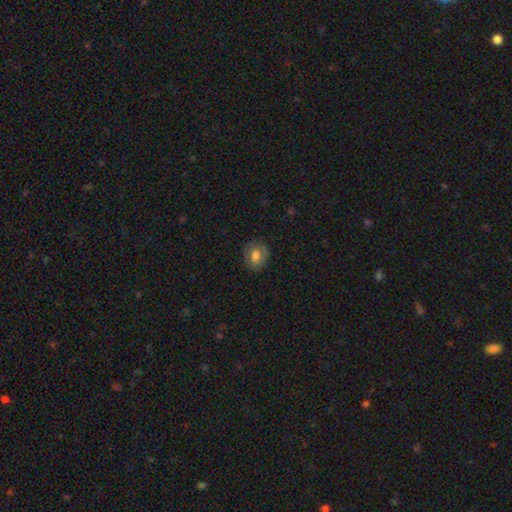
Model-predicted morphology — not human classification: smooth_or_featured: smooth (p=0.71) [alt: featured or disk p=0.20]
how_rounded: in between (p=0.54) [alt: round p=0.44]
merging: none (p=0.79) [alt: minor disturbance p=0.15]